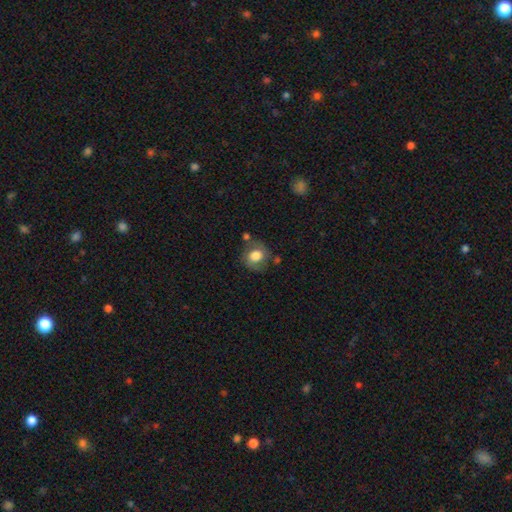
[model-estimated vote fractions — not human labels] This is likely a smooth galaxy (66%). How rounded: likely round (74%). Merging: likely none (66%).